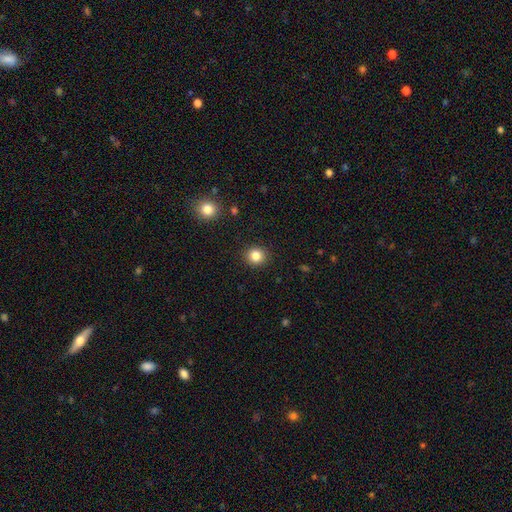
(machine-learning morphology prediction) A smooth galaxy with no disk features (83%) that is round (87%). Merging: none (91%).